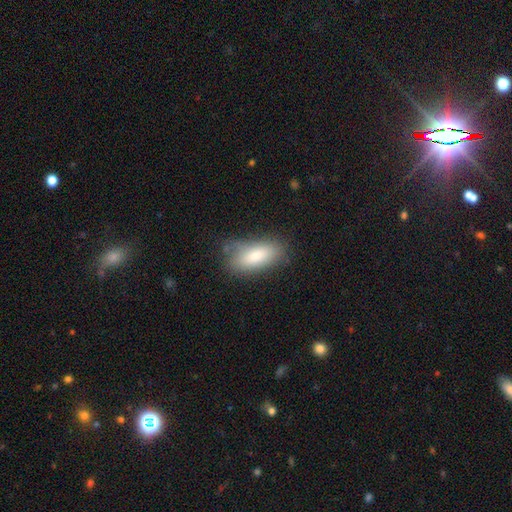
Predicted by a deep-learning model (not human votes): Smooth or featured?
  - smooth: 80% *
  - featured or disk: 13%
  - star or artifact: 7%
How rounded?
  - in between: 82% *
  - cigar-shaped: 15%
  - round: 3%
Merging?
  - none: 69% *
  - minor disturbance: 22%
  - major disturbance: 6%
  - merger: 3%